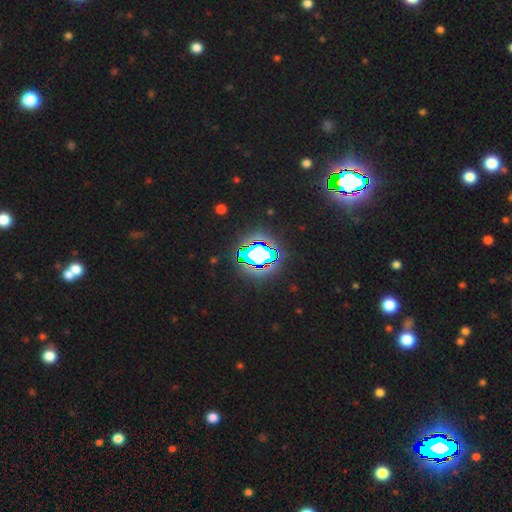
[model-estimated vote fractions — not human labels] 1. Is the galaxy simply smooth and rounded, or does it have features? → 77% star or artifact, 13% smooth, 10% featured or disk.